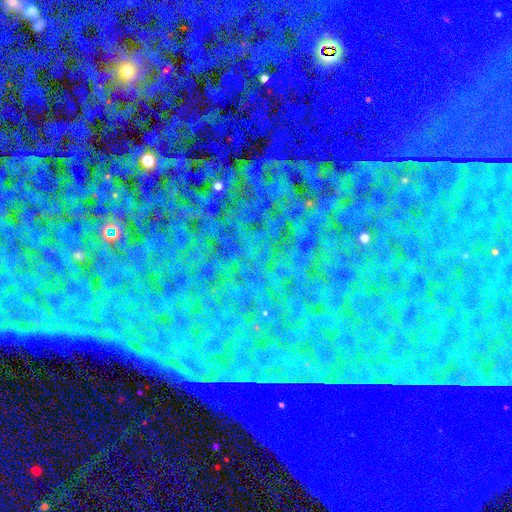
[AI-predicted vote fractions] The model was most divided on "smooth or featured": star or artifact: 87%, featured or disk: 7%, smooth: 6%.